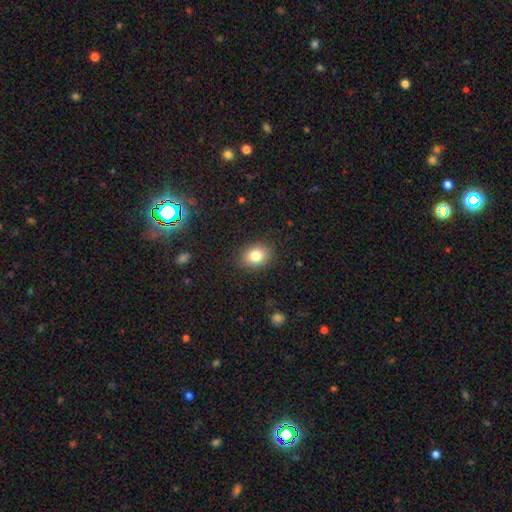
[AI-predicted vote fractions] Overall: smooth (82%). How rounded: in between (67%; round 32%). Merging: none (87%).